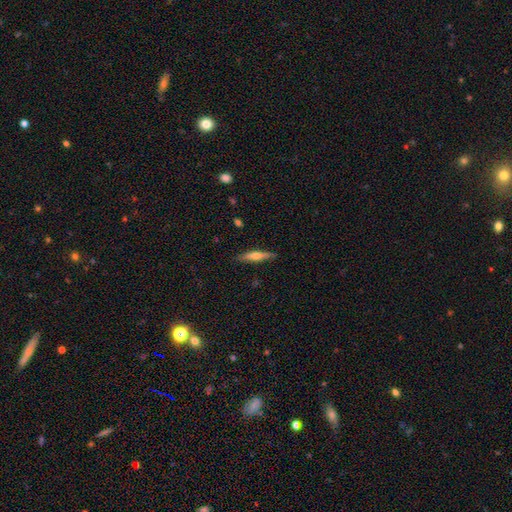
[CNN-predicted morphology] This is possibly a smooth galaxy (50%). Merging: clearly none (86%).